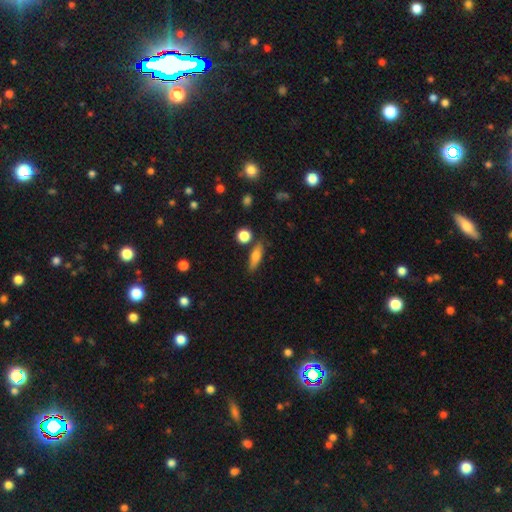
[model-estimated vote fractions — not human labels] Smooth or featured: smooth — 73% (featured or disk — 19%)
How rounded: cigar-shaped — 48% (in between — 46%)
Merging: none — 77% (minor disturbance — 13%)